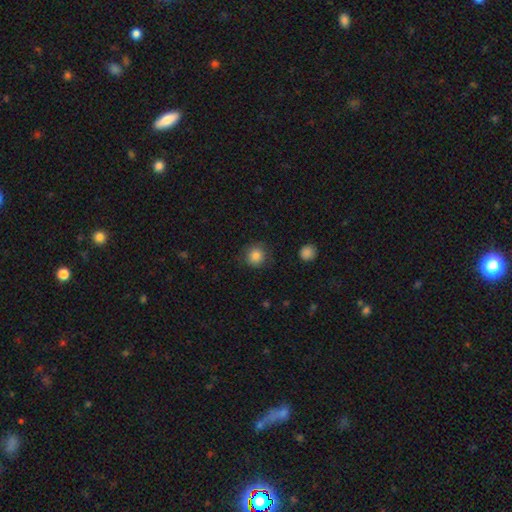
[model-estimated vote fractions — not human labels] Morphology: type=smooth (85%); roundness=round (90%); merging=none (84%).